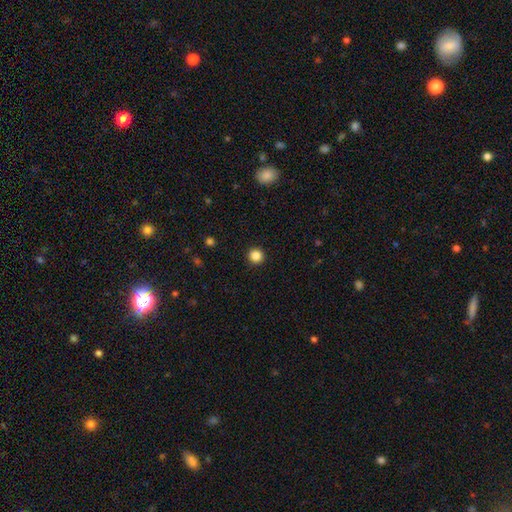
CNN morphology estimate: A smooth galaxy with no disk features (85%) that is round (95%).

Vote fractions:
- Smooth or featured? smooth: 85% / star or artifact: 11% / featured or disk: 4%
- How rounded? round: 95% / in between: 4% / cigar-shaped: 1%
- Merging? none: 93% / minor disturbance: 4% / major disturbance: 2% / merger: 1%